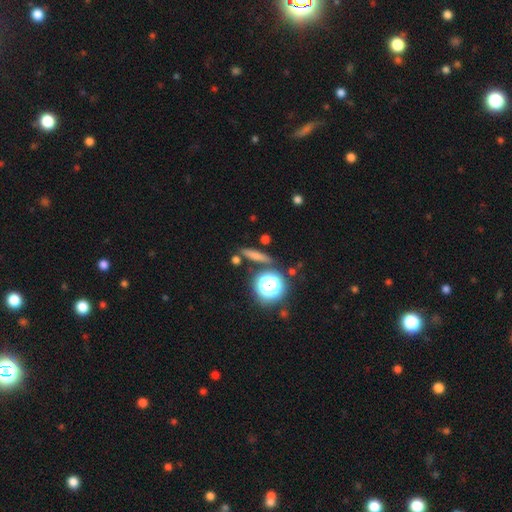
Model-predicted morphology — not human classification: Smooth or featured: smooth — 65% (star or artifact — 18%)
How rounded: cigar-shaped — 65% (round — 20%)
Merging: none — 82% (minor disturbance — 9%)